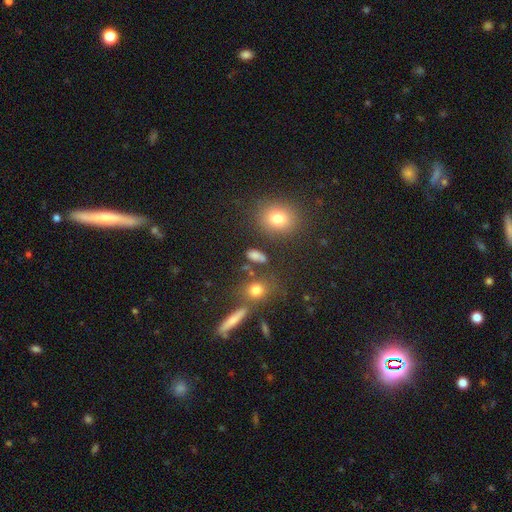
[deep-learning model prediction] The model was most divided on "how rounded": in between: 65%, round: 26%, cigar-shaped: 9%. More confident: smooth or featured — smooth (76%); merging — none (69%).